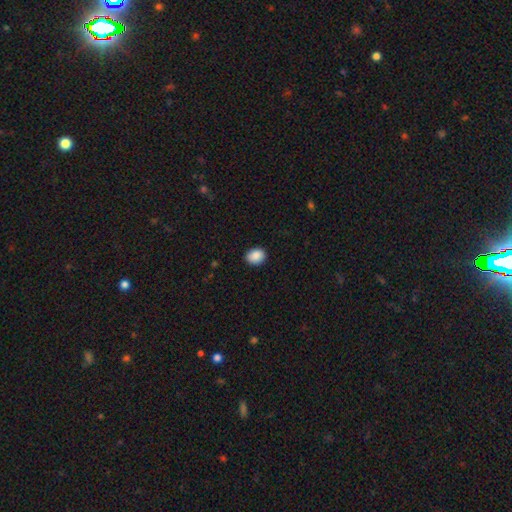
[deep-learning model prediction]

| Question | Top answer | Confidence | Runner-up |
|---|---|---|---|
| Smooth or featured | smooth | 89% | star or artifact (8%) |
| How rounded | in between | 50% | round (49%) |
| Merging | none | 88% | minor disturbance (9%) |